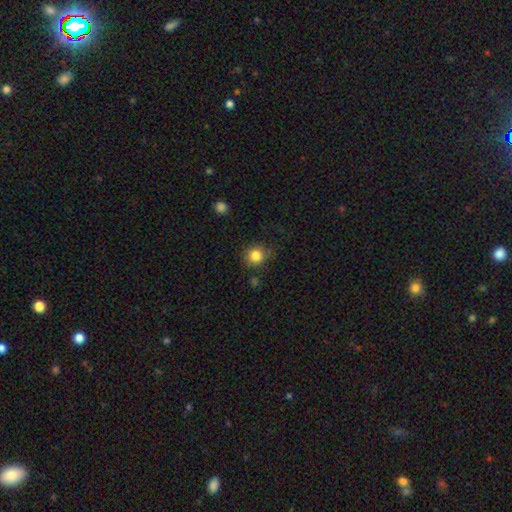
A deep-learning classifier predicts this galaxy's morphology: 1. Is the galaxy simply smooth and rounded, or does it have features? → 84% smooth, 11% star or artifact, 5% featured or disk.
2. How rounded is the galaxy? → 89% round, 10% in between, 1% cigar-shaped.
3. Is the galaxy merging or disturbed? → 83% none, 11% minor disturbance, 3% major disturbance, 3% merger.